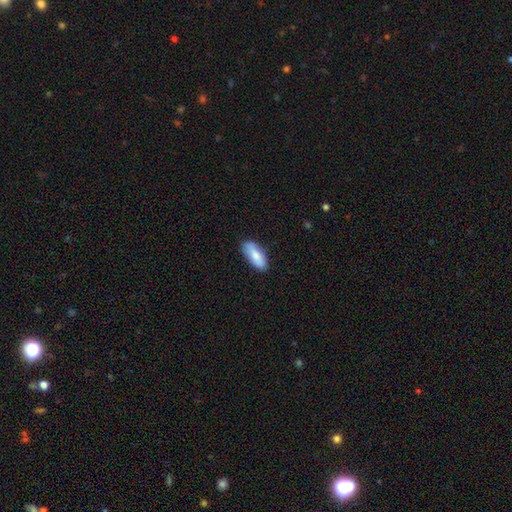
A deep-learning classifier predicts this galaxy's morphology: Smooth or featured: smooth — 83% (featured or disk — 11%)
How rounded: in between — 76% (cigar-shaped — 22%)
Merging: none — 83% (minor disturbance — 13%)